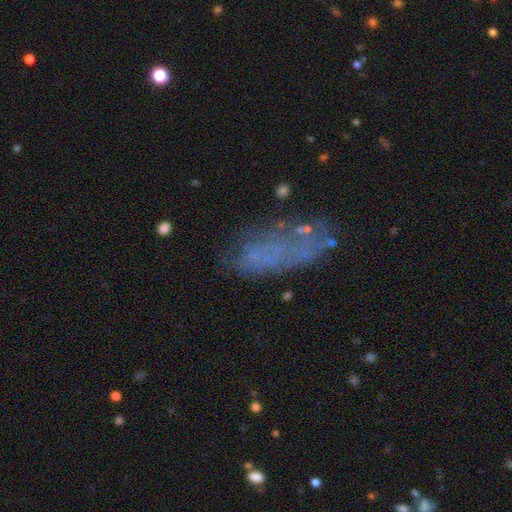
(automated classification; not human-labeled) Smooth or featured? Predicted: featured or disk (p=0.43). Merging? Predicted: none (p=0.46).